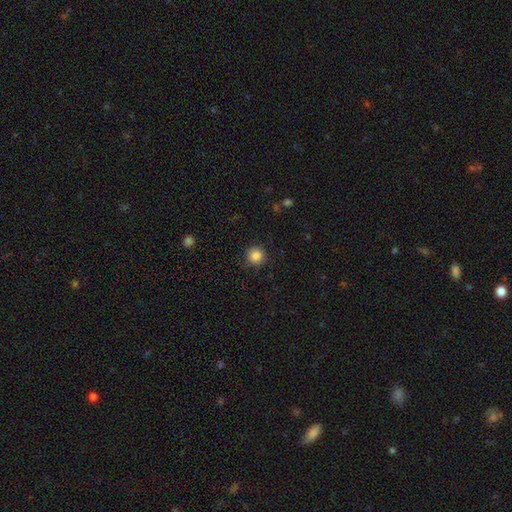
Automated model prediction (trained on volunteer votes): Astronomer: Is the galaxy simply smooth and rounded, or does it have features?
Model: smooth — 85%.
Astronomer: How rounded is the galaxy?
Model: round — 94%.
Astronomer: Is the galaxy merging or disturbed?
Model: none — 88%.